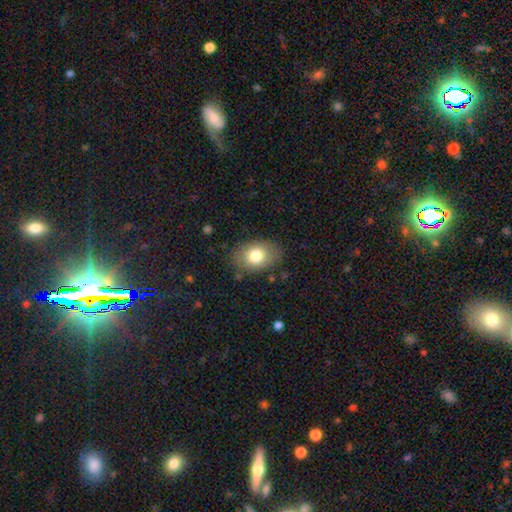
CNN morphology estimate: A smooth galaxy with no disk features (77%) that is in between round and cigar-shaped (79%). Merging: none (81%).